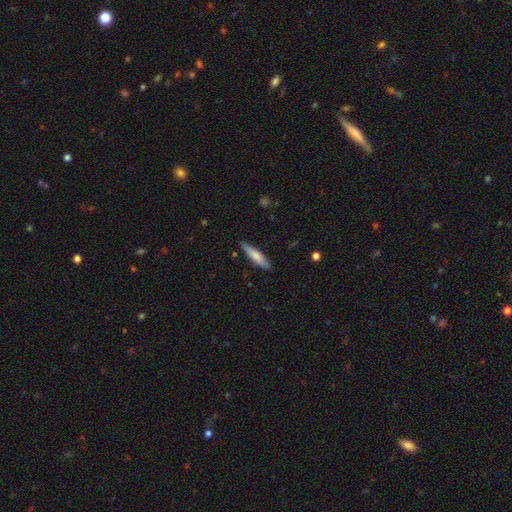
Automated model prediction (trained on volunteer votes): smooth-or-featured: smooth: 70% | featured or disk: 24% | star or artifact: 6%
  how-rounded: cigar-shaped: 82% | in between: 16% | round: 1%
  merging: none: 84% | minor disturbance: 12% | major disturbance: 2% | merger: 1%